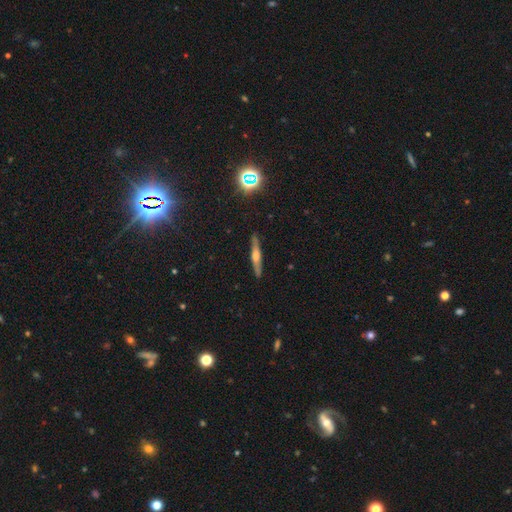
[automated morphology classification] Smooth or featured: featured or disk — 66% (smooth — 24%)
Edge-on disk: yes — 96% (no — 4%)
Edge-on bulge: rounded — 81% (boxy — 12%)
Merging: none — 90% (minor disturbance — 8%)